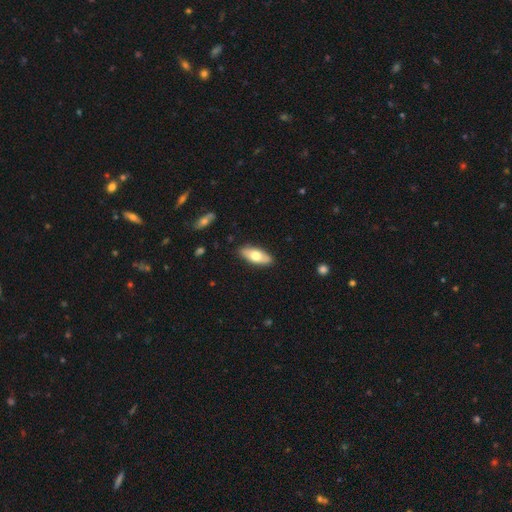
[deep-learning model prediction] This is likely a smooth galaxy (64%). How rounded: likely in between (79%). Merging: clearly none (87%).